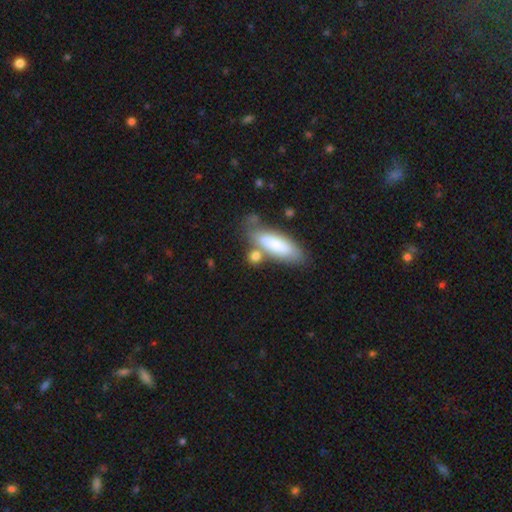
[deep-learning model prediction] Smooth or featured? smooth (79%)
How rounded? in between (48%)
Merging? none (56%)